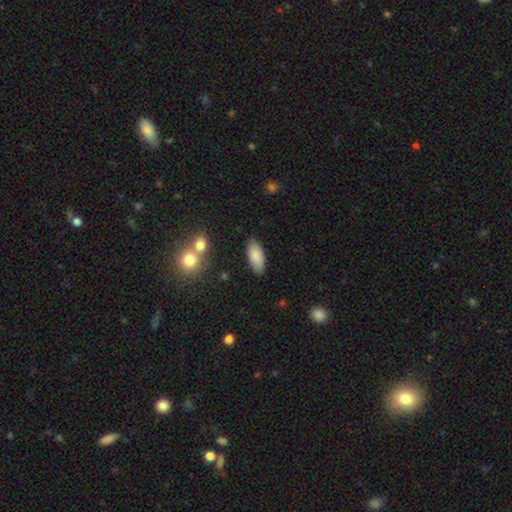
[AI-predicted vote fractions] smooth-or-featured: smooth: 85% | featured or disk: 9% | star or artifact: 6%
  how-rounded: in between: 85% | cigar-shaped: 13% | round: 2%
  merging: none: 84% | minor disturbance: 11% | merger: 2% | major disturbance: 2%